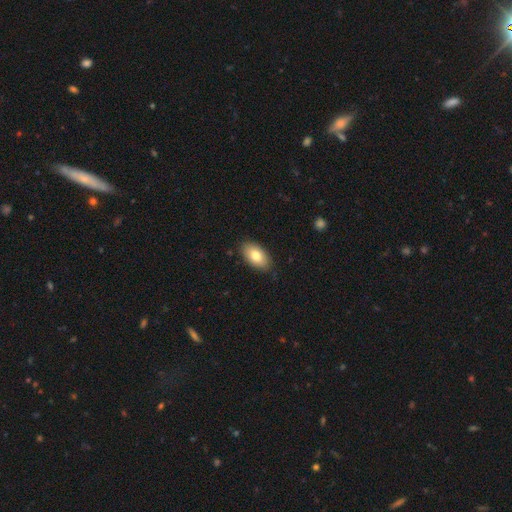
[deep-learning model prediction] Q: Smooth or featured?
A: smooth (78%); runner-up: featured or disk (15%)
Q: How rounded?
A: in between (93%); runner-up: round (5%)
Q: Merging?
A: none (85%); runner-up: minor disturbance (12%)